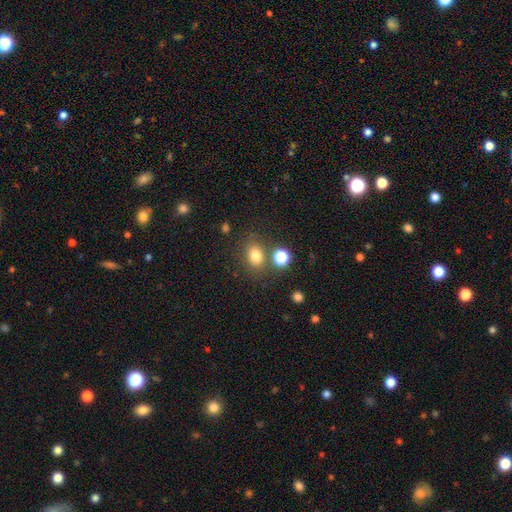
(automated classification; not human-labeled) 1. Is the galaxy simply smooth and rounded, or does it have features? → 79% smooth, 14% star or artifact, 8% featured or disk.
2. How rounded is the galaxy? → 56% in between, 43% round, 1% cigar-shaped.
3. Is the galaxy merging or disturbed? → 71% none, 12% minor disturbance, 11% merger, 5% major disturbance.